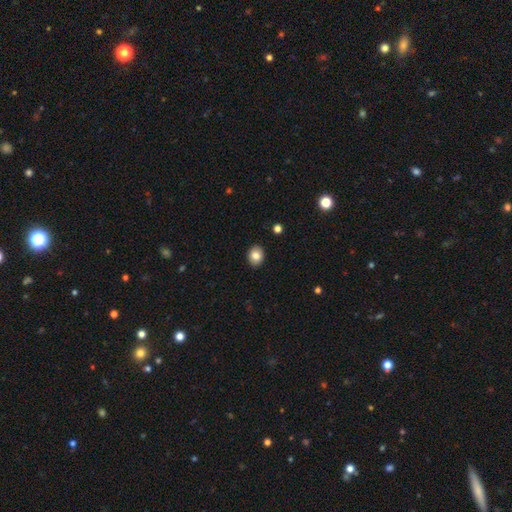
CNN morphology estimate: type=smooth (82%); roundness=round (54%); merging=none (91%).